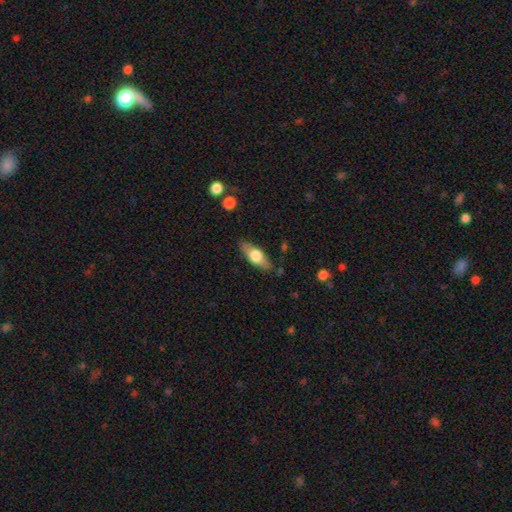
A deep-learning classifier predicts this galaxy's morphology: A smooth galaxy with no disk features (59%) that is in between round and cigar-shaped (68%). Merging: none (82%).